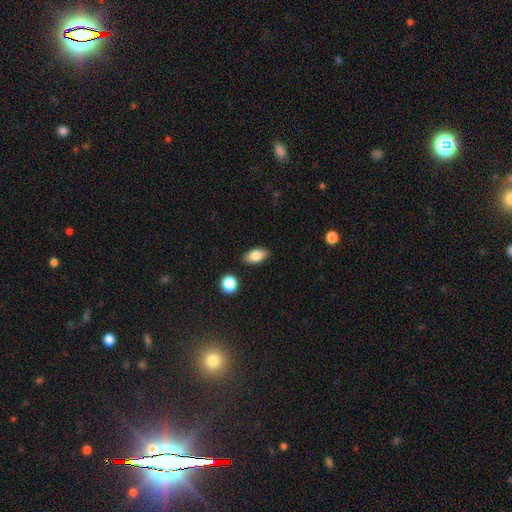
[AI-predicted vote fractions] Overall: smooth (82%). How rounded: in between (90%). Merging: none (86%).